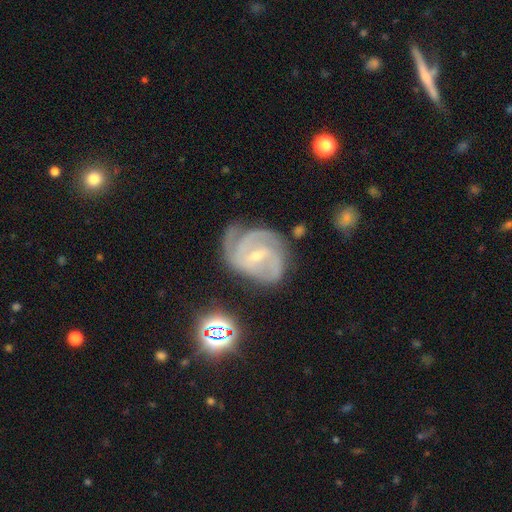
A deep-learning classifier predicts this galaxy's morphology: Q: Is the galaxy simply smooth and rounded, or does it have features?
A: featured or disk — 87%.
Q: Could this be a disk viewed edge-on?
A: no — 98%.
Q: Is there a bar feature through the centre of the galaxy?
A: weak — 51%.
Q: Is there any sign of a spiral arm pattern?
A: yes — 97%.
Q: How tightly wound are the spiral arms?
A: tight — 49%.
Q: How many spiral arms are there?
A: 3 — 43%.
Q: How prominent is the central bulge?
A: small — 69%.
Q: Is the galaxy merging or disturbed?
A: none — 58%.